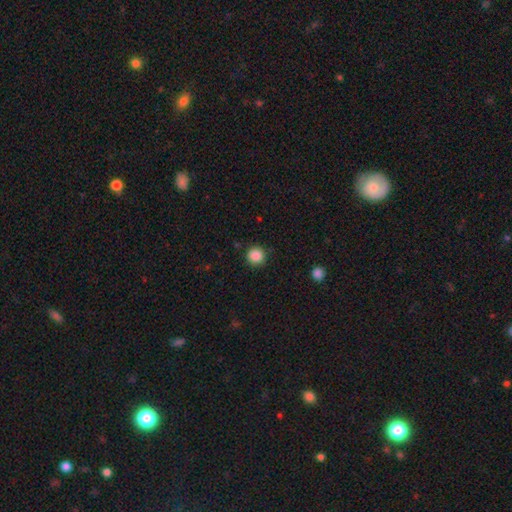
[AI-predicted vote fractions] A smooth galaxy with no disk features (87%) that is round (93%). Merging: none (88%).